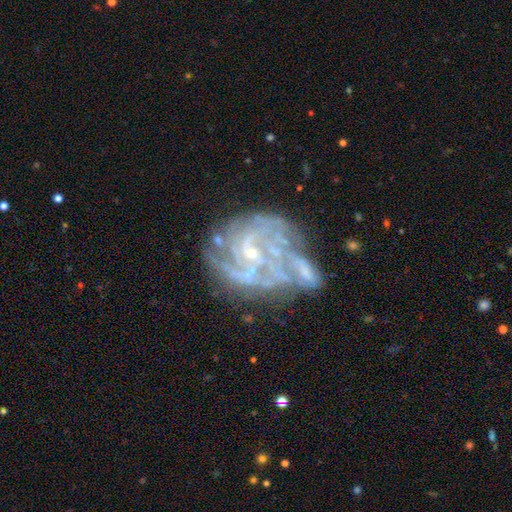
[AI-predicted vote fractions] smooth_or_featured: featured or disk (p=0.85) [alt: star or artifact p=0.09]
disk_edge_on: no (p=0.98) [alt: yes p=0.02]
bar: no (p=0.54) [alt: weak p=0.36]
has_spiral_arms: yes (p=0.91) [alt: no p=0.09]
spiral_winding: tight (p=0.52) [alt: medium p=0.35]
spiral_arm_count: can't tell (p=0.32) [alt: 3 p=0.19]
bulge_size: small (p=0.78) [alt: moderate p=0.13]
merging: none (p=0.41) [alt: major disturbance p=0.22]